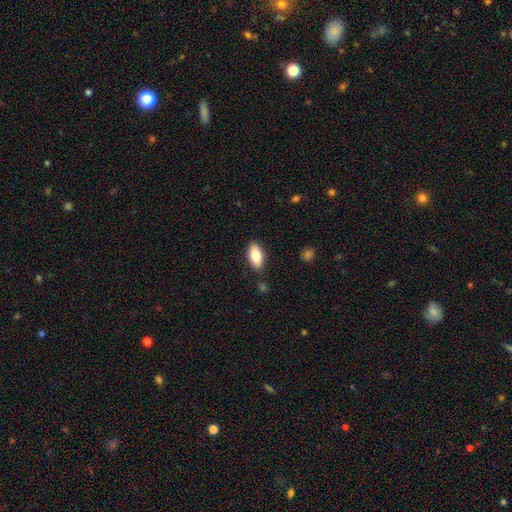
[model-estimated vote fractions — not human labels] Smooth or featured: smooth — 77% (featured or disk — 16%)
How rounded: in between — 89% (cigar-shaped — 8%)
Merging: none — 85% (minor disturbance — 11%)